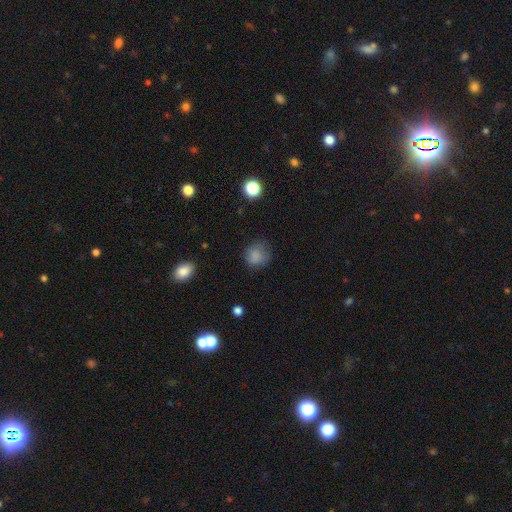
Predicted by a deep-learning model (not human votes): smooth 82%, star or artifact 11%, featured or disk 6%. Down the decision tree: how rounded — round (80%); merging — none (65%).